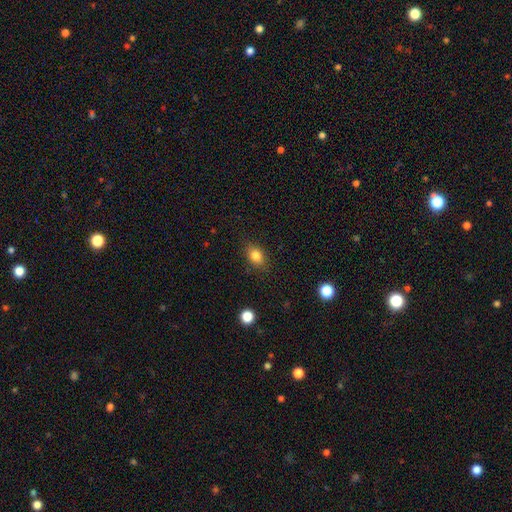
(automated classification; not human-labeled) smooth_or_featured: smooth (p=0.83) [alt: star or artifact p=0.10]
how_rounded: in between (p=0.70) [alt: round p=0.28]
merging: none (p=0.85) [alt: minor disturbance p=0.11]